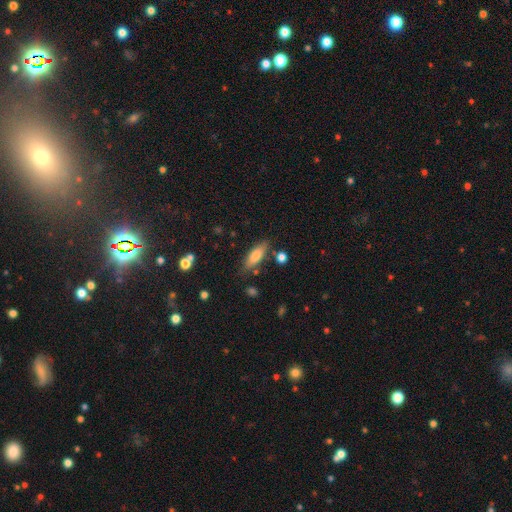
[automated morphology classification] Smooth or featured? Predicted: smooth (p=0.76). How rounded? Predicted: in between (p=0.59). Merging? Predicted: none (p=0.77).